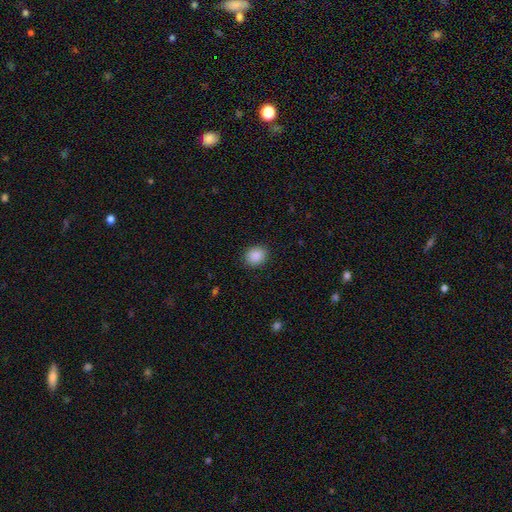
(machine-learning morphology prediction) Smooth or featured? Predicted: smooth (p=0.89). How rounded? Predicted: round (p=0.69). Merging? Predicted: none (p=0.90).